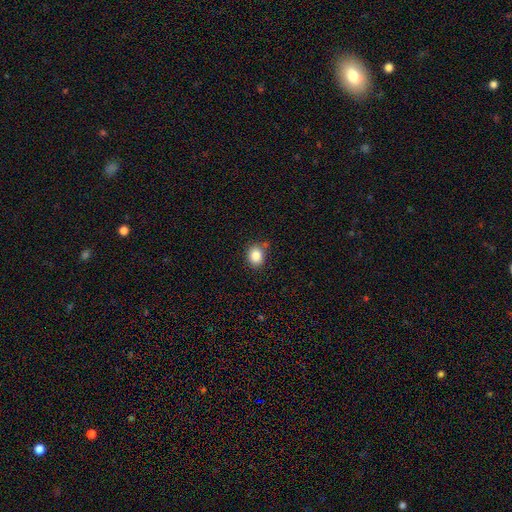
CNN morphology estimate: Q: Smooth or featured?
A: smooth (85%); runner-up: star or artifact (10%)
Q: How rounded?
A: round (60%); runner-up: in between (39%)
Q: Merging?
A: none (75%); runner-up: minor disturbance (17%)